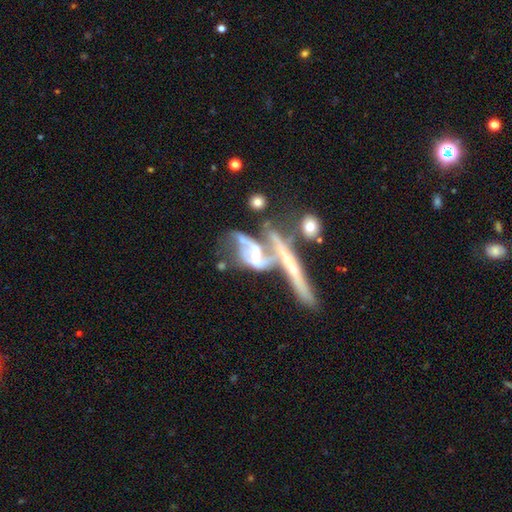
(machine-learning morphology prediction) smooth_or_featured: featured or disk (p=0.73) [alt: smooth p=0.17]
disk_edge_on: no (p=0.81) [alt: yes p=0.19]
bar: no (p=0.68) [alt: weak p=0.21]
has_spiral_arms: yes (p=0.65) [alt: no p=0.35]
bulge_size: moderate (p=0.43) [alt: small p=0.39]
merging: merger (p=0.49) [alt: major disturbance p=0.22]